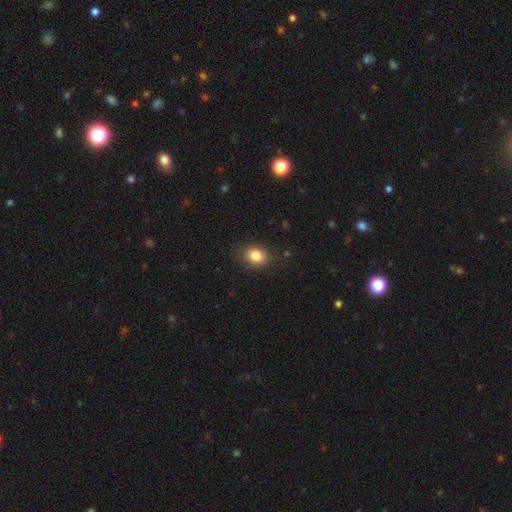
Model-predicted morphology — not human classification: Smooth or featured? Predicted: smooth (p=0.84). How rounded? Predicted: in between (p=0.53). Merging? Predicted: none (p=0.81).